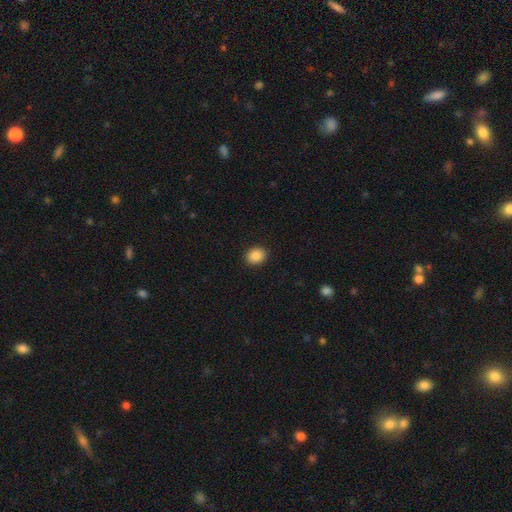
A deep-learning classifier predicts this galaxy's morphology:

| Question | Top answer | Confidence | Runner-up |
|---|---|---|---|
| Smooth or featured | smooth | 87% | star or artifact (9%) |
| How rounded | round | 64% | in between (36%) |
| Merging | none | 91% | minor disturbance (6%) |